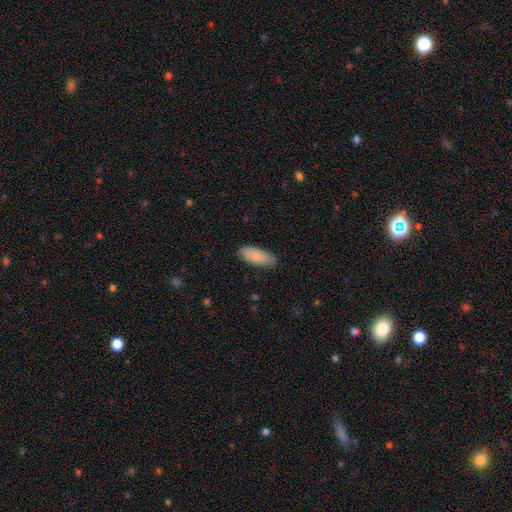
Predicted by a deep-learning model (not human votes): Smooth or featured?
  - smooth: 87% *
  - featured or disk: 7%
  - star or artifact: 6%
How rounded?
  - in between: 80% *
  - cigar-shaped: 19%
  - round: 2%
Merging?
  - none: 83% *
  - minor disturbance: 14%
  - major disturbance: 2%
  - merger: 1%